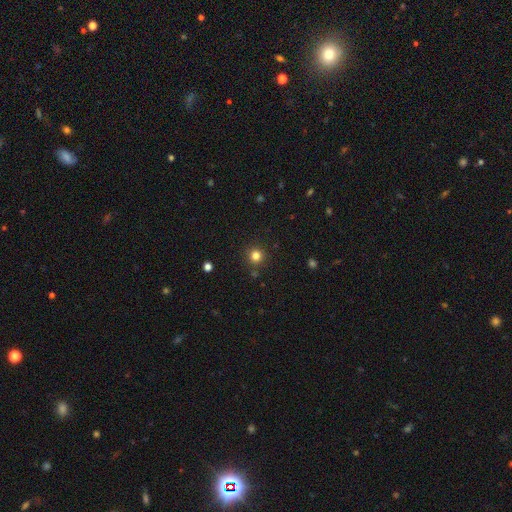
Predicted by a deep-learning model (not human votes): Smooth or featured? Predicted: smooth (p=0.80). How rounded? Predicted: round (p=0.94). Merging? Predicted: none (p=0.89).